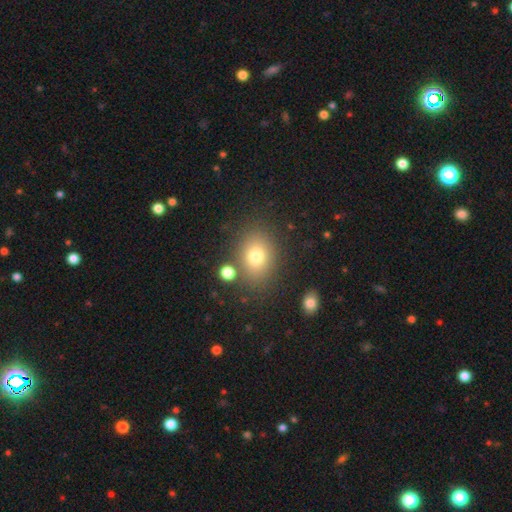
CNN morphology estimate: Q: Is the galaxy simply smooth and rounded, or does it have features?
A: smooth — 77%.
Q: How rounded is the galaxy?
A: in between — 56%.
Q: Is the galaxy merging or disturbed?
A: none — 77%.